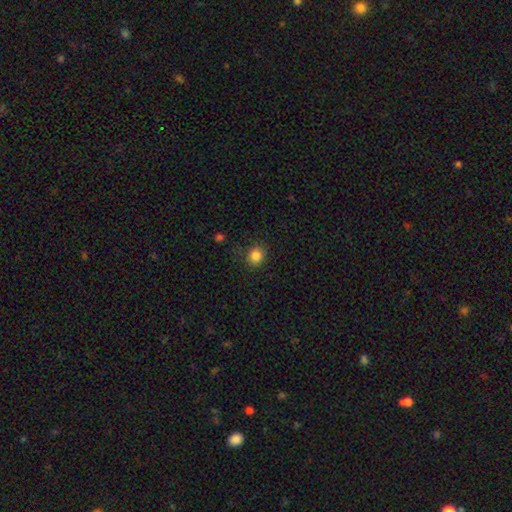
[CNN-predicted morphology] Overall: smooth (85%). How rounded: round (83%). Merging: none (87%).